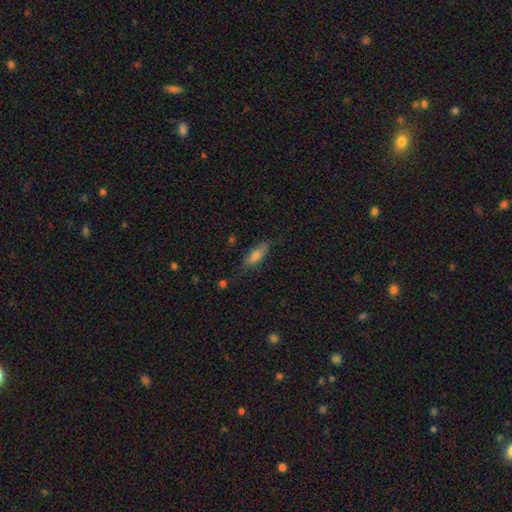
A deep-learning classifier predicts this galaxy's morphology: Smooth or featured? Predicted: smooth (p=0.70). How rounded? Predicted: in between (p=0.61). Merging? Predicted: none (p=0.68).